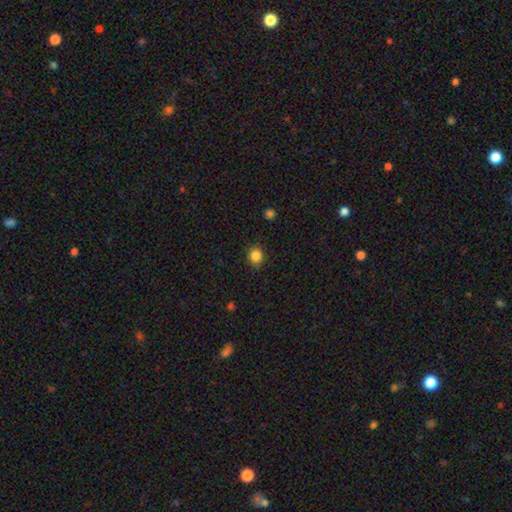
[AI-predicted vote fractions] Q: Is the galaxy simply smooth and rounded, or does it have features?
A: smooth — 85%.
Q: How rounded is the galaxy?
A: round — 71%.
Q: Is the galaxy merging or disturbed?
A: none — 88%.